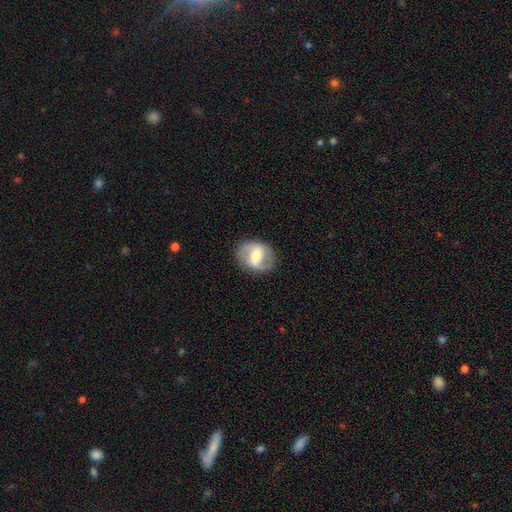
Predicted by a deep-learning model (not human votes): Smooth or featured: featured or disk — 68% (smooth — 26%)
Edge-on disk: no — 96% (yes — 4%)
Bar: strong — 47% (weak — 38%)
Spiral arms: yes — 72% (no — 28%)
Bulge size: moderate — 57% (small — 28%)
Merging: none — 83% (minor disturbance — 11%)